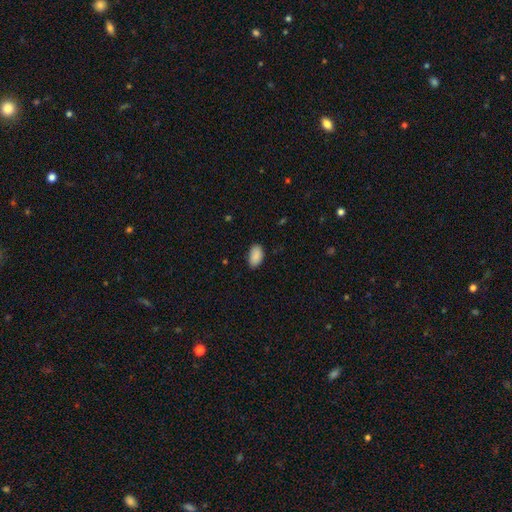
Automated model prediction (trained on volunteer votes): Smooth or featured? Predicted: smooth (p=0.90). How rounded? Predicted: in between (p=0.94). Merging? Predicted: none (p=0.84).